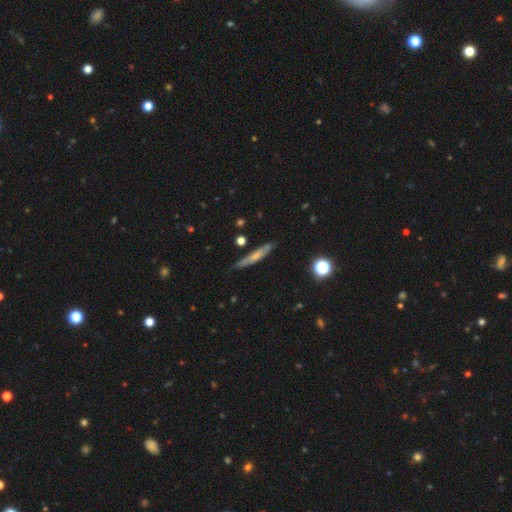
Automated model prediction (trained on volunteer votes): Overall: smooth (53%; featured or disk 39%). How rounded: cigar-shaped (89%). Merging: none (79%).